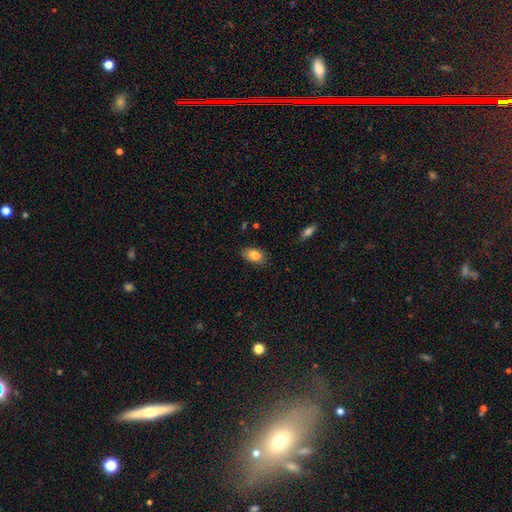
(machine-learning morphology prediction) Smooth or featured? smooth (83%)
How rounded? in between (91%)
Merging? none (83%)